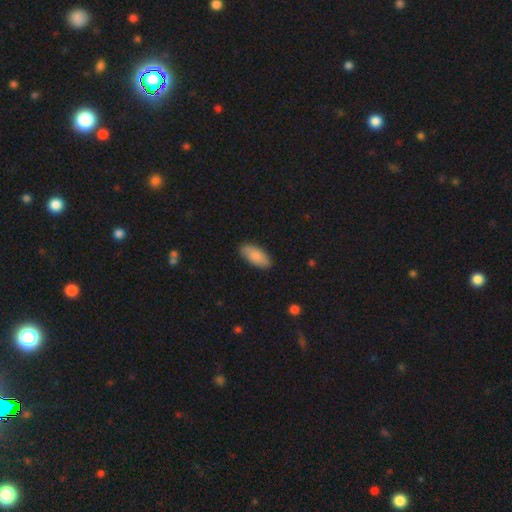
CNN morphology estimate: Smooth or featured?
  - smooth: 86% *
  - featured or disk: 8%
  - star or artifact: 6%
How rounded?
  - in between: 90% *
  - cigar-shaped: 8%
  - round: 2%
Merging?
  - none: 87% *
  - minor disturbance: 10%
  - major disturbance: 2%
  - merger: 1%